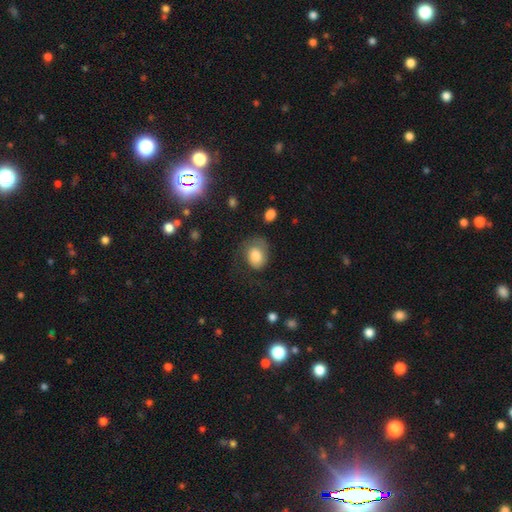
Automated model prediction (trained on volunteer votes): The model was most divided on "merging": none: 42%, major disturbance: 31%, minor disturbance: 25%, merger: 2%. More confident: smooth or featured — smooth (70%); how rounded — in between (57%).